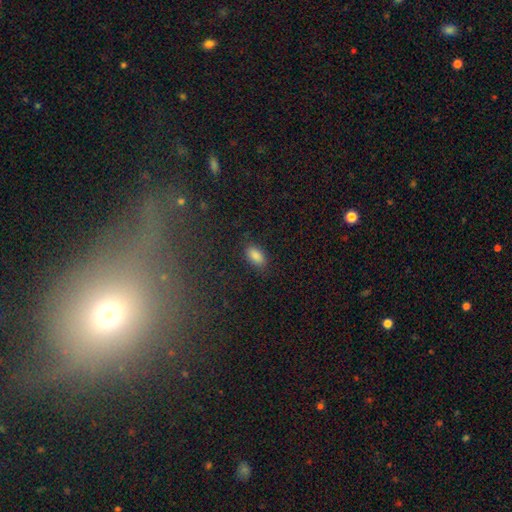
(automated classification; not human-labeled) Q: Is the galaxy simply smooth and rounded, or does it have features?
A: smooth — 86%.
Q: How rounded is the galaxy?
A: in between — 93%.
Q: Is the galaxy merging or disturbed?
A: none — 85%.